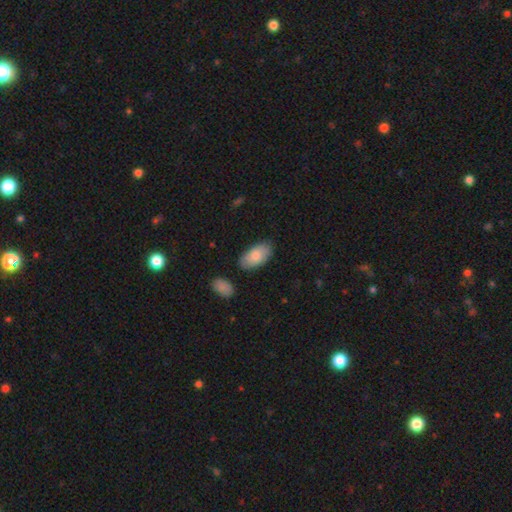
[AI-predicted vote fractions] Smooth or featured?
  - smooth: 83% *
  - featured or disk: 12%
  - star or artifact: 6%
How rounded?
  - in between: 95% *
  - round: 3%
  - cigar-shaped: 3%
Merging?
  - none: 80% *
  - minor disturbance: 15%
  - major disturbance: 3%
  - merger: 3%